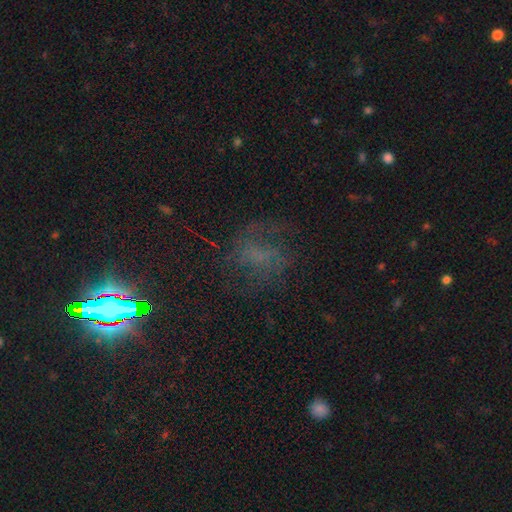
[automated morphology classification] Smooth or featured: star or artifact — 41% (featured or disk — 35%)